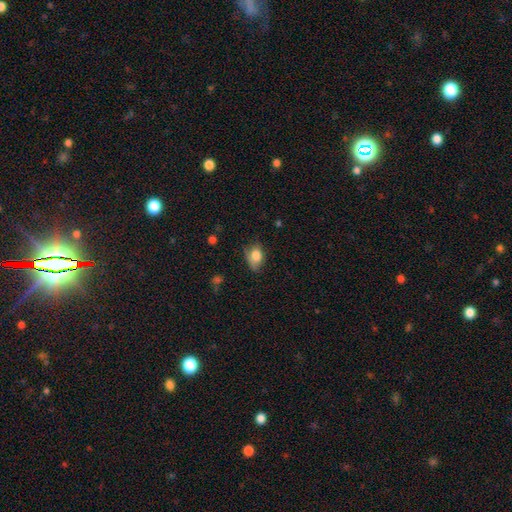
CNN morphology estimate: A smooth galaxy with no disk features (78%) that is in between round and cigar-shaped (78%).

Vote fractions:
- Smooth or featured? smooth: 78% / featured or disk: 13% / star or artifact: 9%
- How rounded? in between: 78% / round: 20% / cigar-shaped: 2%
- Merging? none: 48% / minor disturbance: 37% / major disturbance: 12% / merger: 2%